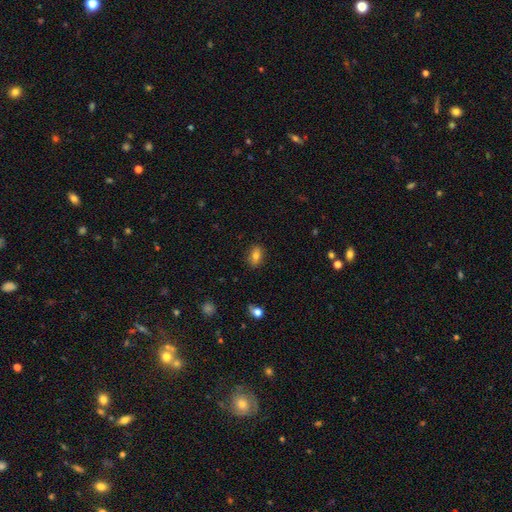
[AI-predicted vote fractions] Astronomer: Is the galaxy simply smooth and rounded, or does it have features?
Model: smooth — 78%.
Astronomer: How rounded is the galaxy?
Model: in between — 82%.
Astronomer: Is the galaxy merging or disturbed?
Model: none — 86%.